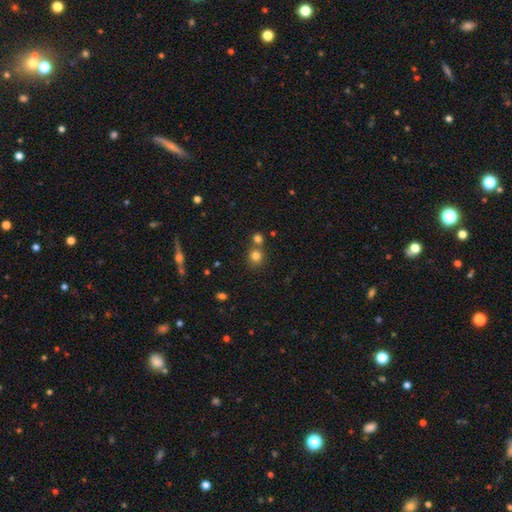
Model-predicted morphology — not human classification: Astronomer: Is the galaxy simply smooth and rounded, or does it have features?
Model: smooth — 79%.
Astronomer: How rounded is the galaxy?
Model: round — 86%.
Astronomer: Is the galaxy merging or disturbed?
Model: none — 61%.